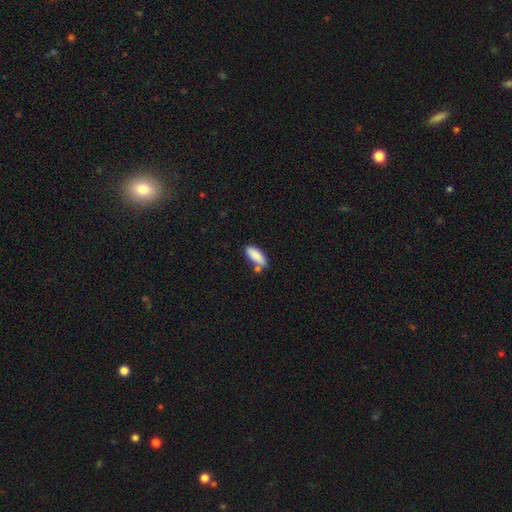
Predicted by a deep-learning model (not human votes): Overall: smooth (87%). How rounded: in between (74%). Merging: none (58%; minor disturbance 19%).